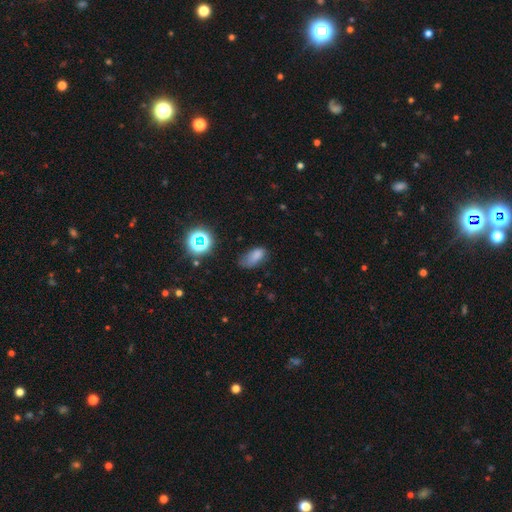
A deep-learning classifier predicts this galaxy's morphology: This appears to be a smooth galaxy with no disk features (73%) that is in between round and cigar-shaped (87%). Merging: none (45%).